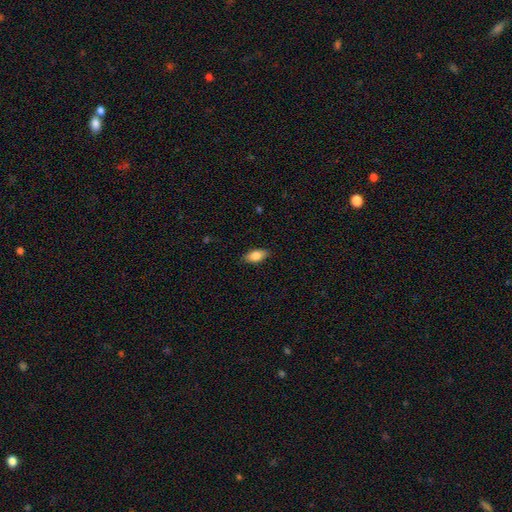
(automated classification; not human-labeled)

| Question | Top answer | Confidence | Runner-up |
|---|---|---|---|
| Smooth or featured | smooth | 85% | featured or disk (8%) |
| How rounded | in between | 89% | cigar-shaped (7%) |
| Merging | none | 86% | minor disturbance (11%) |